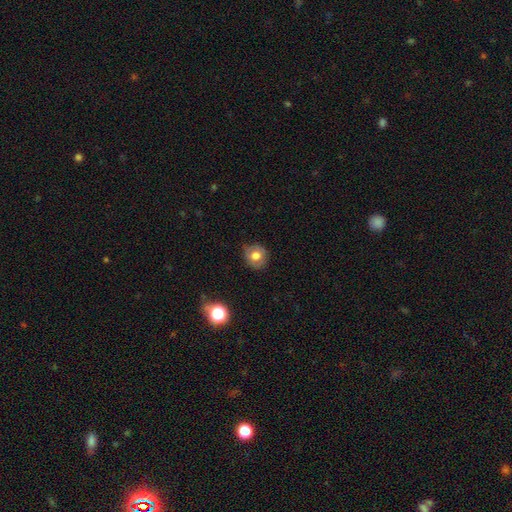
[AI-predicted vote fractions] smooth_or_featured: smooth (p=0.71) [alt: featured or disk p=0.18]
how_rounded: round (p=0.82) [alt: in between p=0.17]
merging: none (p=0.77) [alt: minor disturbance p=0.17]